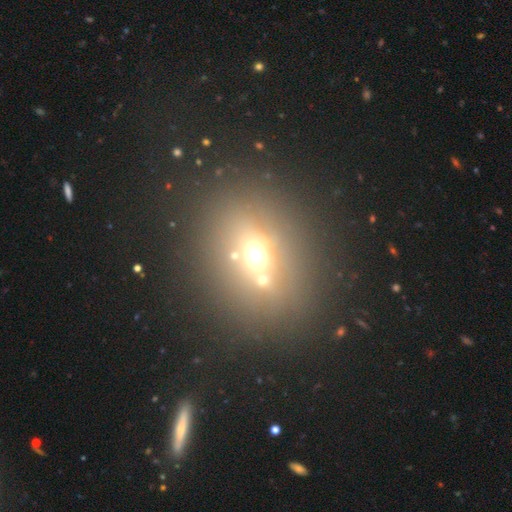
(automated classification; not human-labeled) A smooth galaxy with no disk features (52%) that is round (58%). Merging: none (76%).